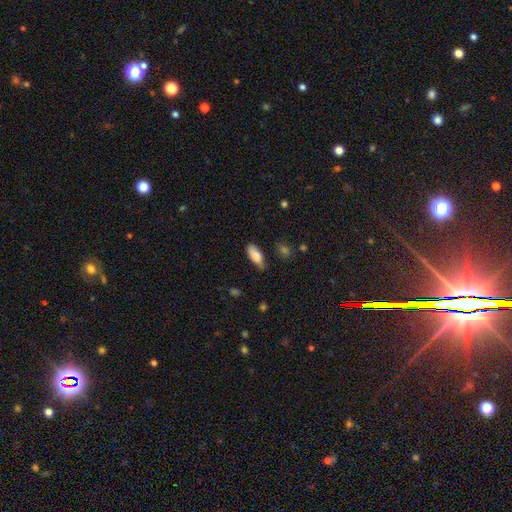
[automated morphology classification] This appears to be a smooth galaxy with no disk features (84%) that is in between round and cigar-shaped (83%). Merging: none (64%).